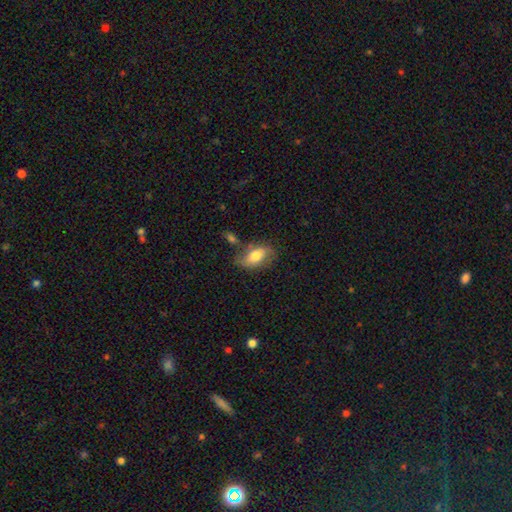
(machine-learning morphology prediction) smooth_or_featured: smooth (p=0.68) [alt: featured or disk p=0.25]
how_rounded: in between (p=0.90) [alt: round p=0.07]
merging: none (p=0.59) [alt: minor disturbance p=0.23]